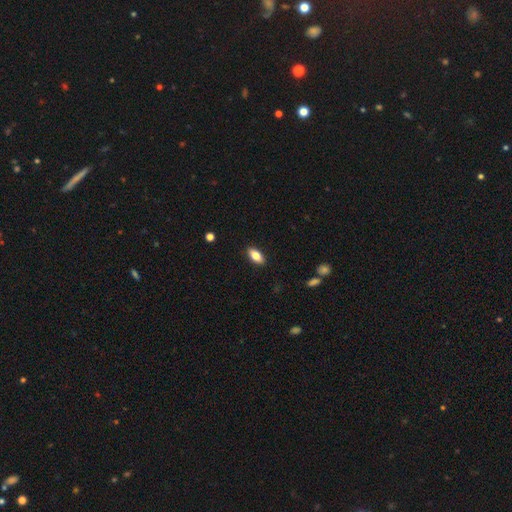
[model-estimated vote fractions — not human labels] This appears to be a smooth galaxy with no disk features (78%) that is in between round and cigar-shaped (87%). Merging: none (89%).